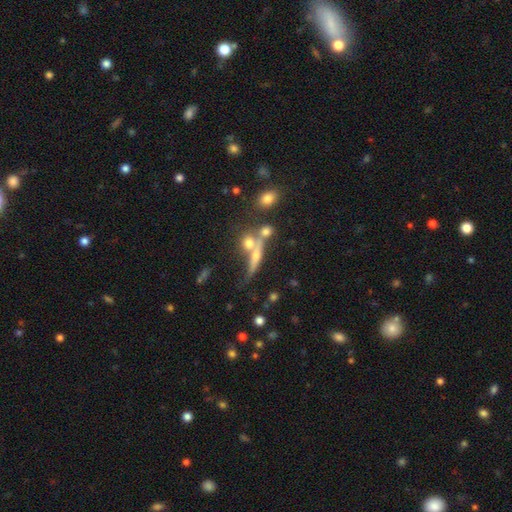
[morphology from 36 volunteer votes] smooth-or-featured: featured or disk: 61% | smooth: 33% | star or artifact: 6%
  disk-edge-on: yes: 82% | no: 18%
    edge-on-bulge: rounded: 72% | none: 17% | boxy: 11%
  merging: none: 47% | merger: 38% | major disturbance: 9% | minor disturbance: 6%